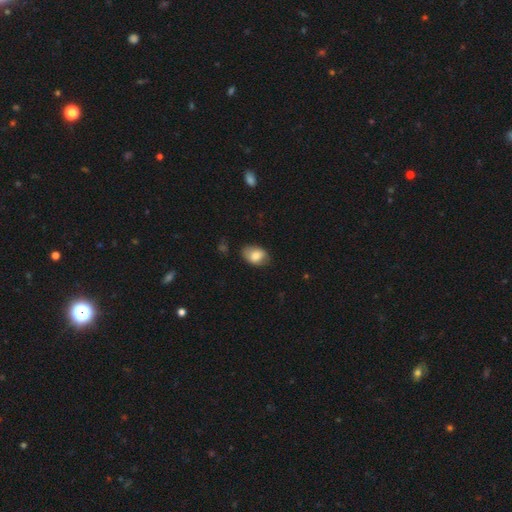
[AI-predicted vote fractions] smooth-or-featured: smooth: 78% | featured or disk: 15% | star or artifact: 7%
  how-rounded: in between: 82% | round: 17% | cigar-shaped: 1%
  merging: none: 70% | minor disturbance: 23% | major disturbance: 6% | merger: 1%